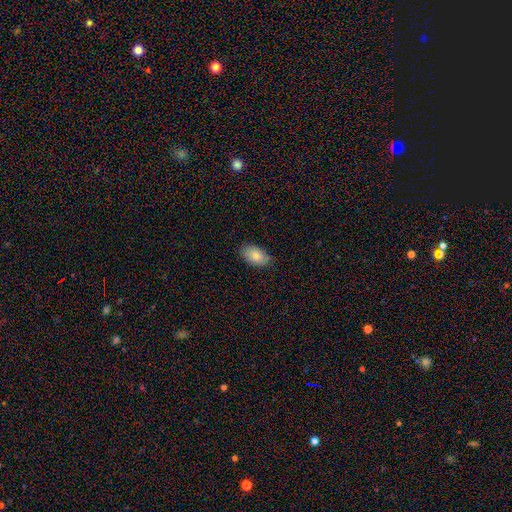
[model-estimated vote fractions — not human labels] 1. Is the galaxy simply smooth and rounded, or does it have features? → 84% smooth, 10% featured or disk, 6% star or artifact.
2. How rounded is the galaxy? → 94% in between, 5% round, 1% cigar-shaped.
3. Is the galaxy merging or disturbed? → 80% none, 17% minor disturbance, 3% major disturbance, 1% merger.